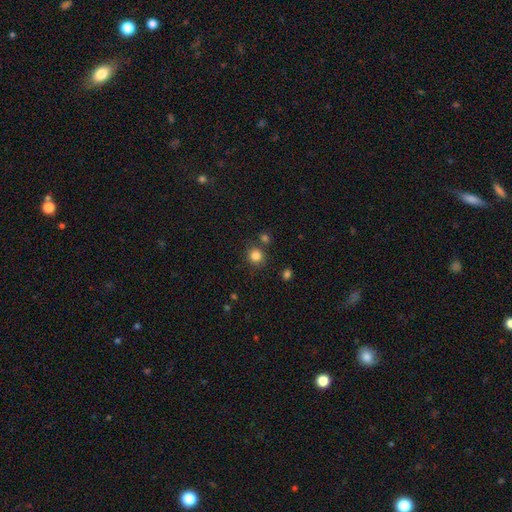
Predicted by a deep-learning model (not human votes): A smooth galaxy with no disk features (84%) that is round (87%). Merging: none (78%).